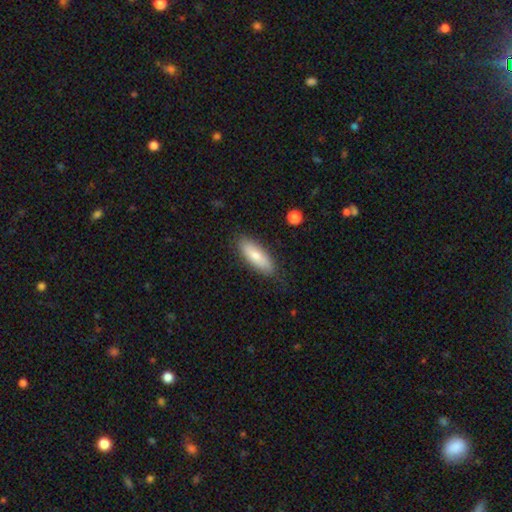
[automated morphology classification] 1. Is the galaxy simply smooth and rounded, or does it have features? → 75% smooth, 19% featured or disk, 6% star or artifact.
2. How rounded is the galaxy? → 64% in between, 34% cigar-shaped, 2% round.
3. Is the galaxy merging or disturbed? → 82% none, 14% minor disturbance, 3% major disturbance, 1% merger.